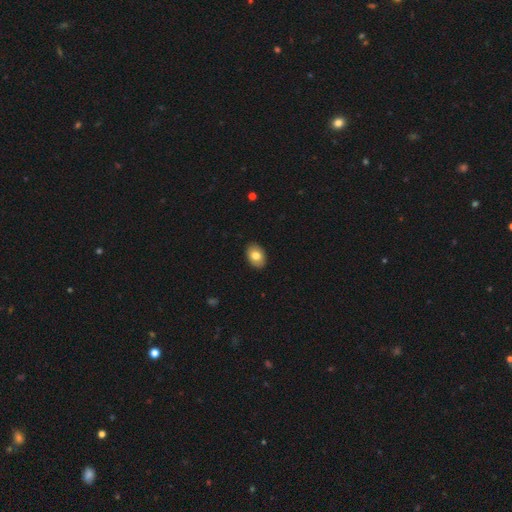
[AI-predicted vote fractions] Smooth or featured: smooth — 80% (featured or disk — 13%)
How rounded: in between — 84% (round — 15%)
Merging: none — 90% (minor disturbance — 8%)